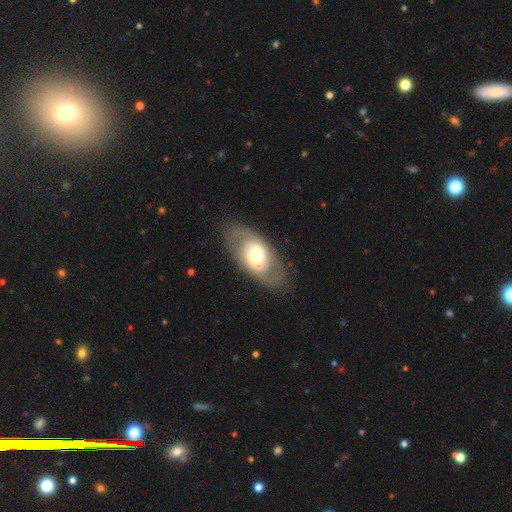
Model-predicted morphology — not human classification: featured or disk 58%, smooth 36%, star or artifact 6%. Down the decision tree: edge-on disk — no (88%); bar — no (67%); spiral arms — no (62%); bulge size — moderate (60%); merging — none (77%).